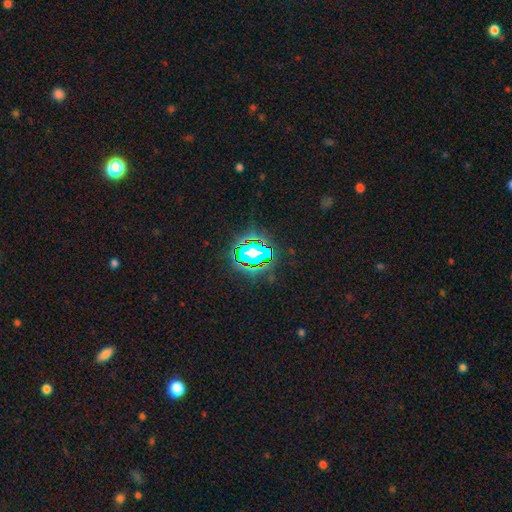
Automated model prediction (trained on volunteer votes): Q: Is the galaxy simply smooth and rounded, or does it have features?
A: star or artifact — 60%.